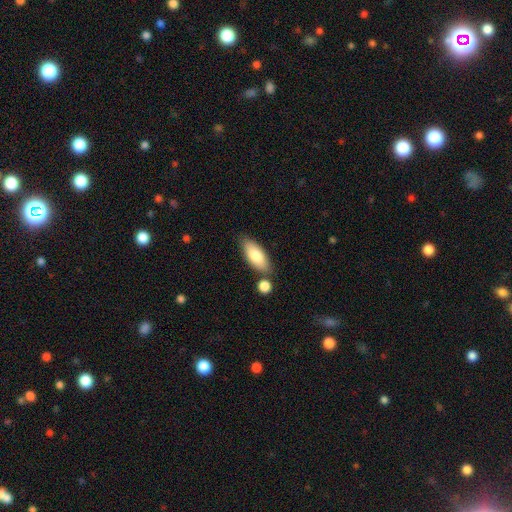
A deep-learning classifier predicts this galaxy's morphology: Smooth or featured?
  - smooth: 80% *
  - featured or disk: 14%
  - star or artifact: 6%
How rounded?
  - in between: 81% *
  - cigar-shaped: 17%
  - round: 2%
Merging?
  - none: 72% *
  - minor disturbance: 13%
  - merger: 12%
  - major disturbance: 3%